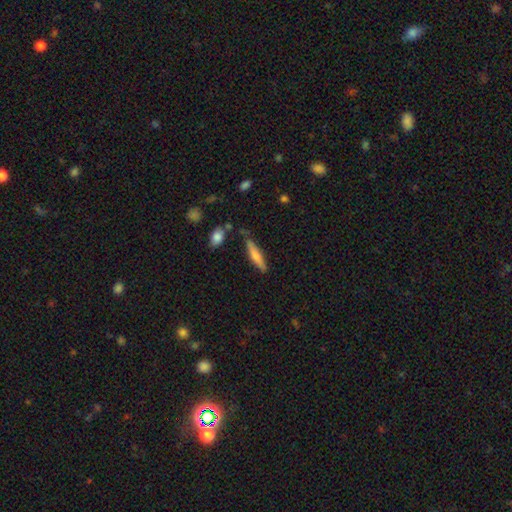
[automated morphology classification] A smooth galaxy with no disk features (59%) that is cigar-shaped (83%). Merging: none (78%).